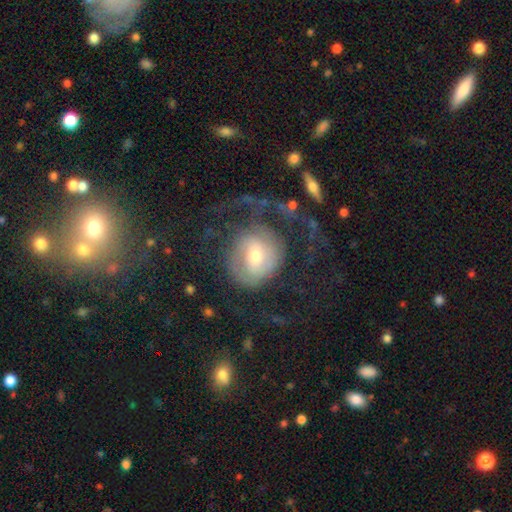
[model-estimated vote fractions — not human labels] Smooth or featured? featured or disk (70%)
Edge-on disk? no (97%)
Bar? weak (43%)
Spiral arms? yes (81%)
Spiral winding? medium (36%)
Spiral arm count? 2 (47%)
Bulge size? moderate (49%)
Merging? none (42%)